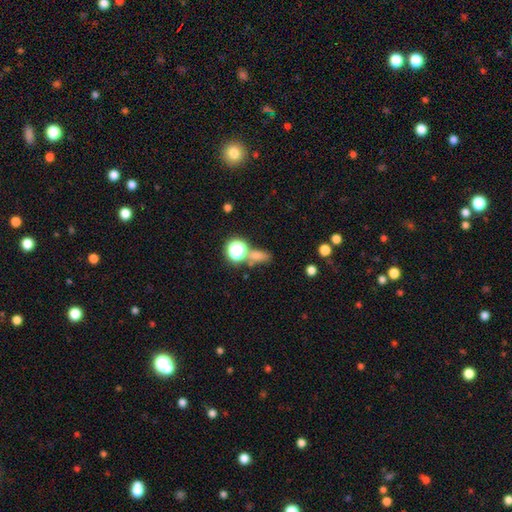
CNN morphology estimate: This appears to be a smooth galaxy with no disk features (66%) that is in between round and cigar-shaped (59%). Merging: none (59%).